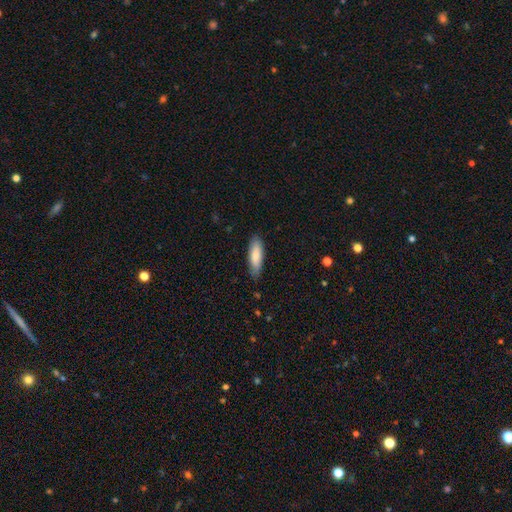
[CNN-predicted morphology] Overall: smooth (82%). How rounded: in between (52%; cigar-shaped 47%). Merging: none (80%).